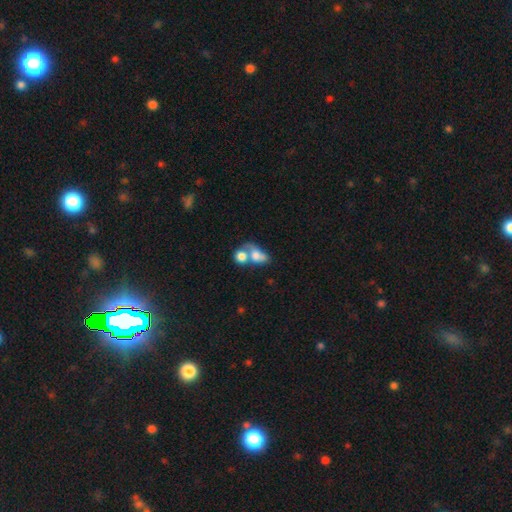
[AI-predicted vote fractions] A smooth galaxy with no disk features (67%) that is in between round and cigar-shaped (64%). Merging: merger (67%).